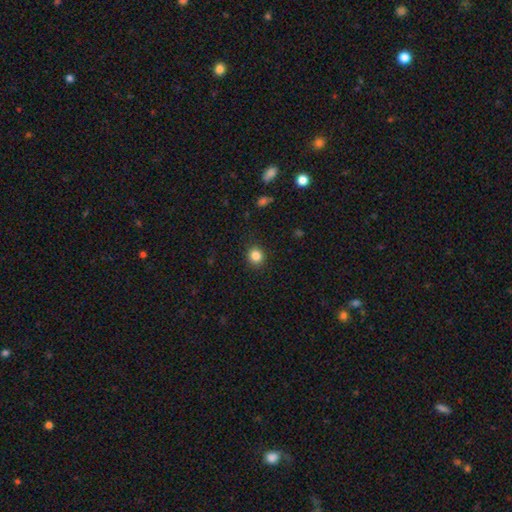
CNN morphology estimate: This appears to be a smooth galaxy with no disk features (85%) that is round (88%). Merging: none (91%).